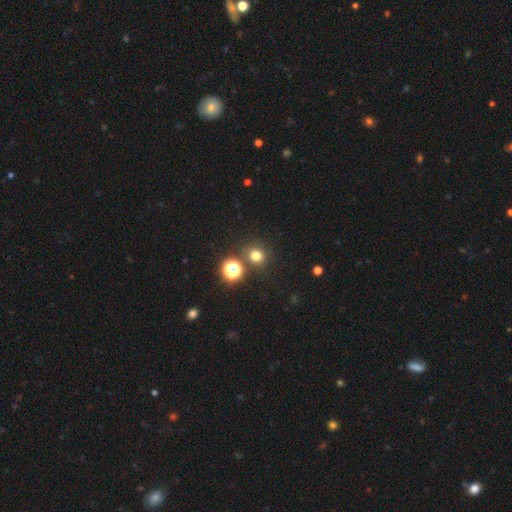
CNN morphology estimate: A smooth galaxy with no disk features (72%) that is round (85%). Merging: none (81%).